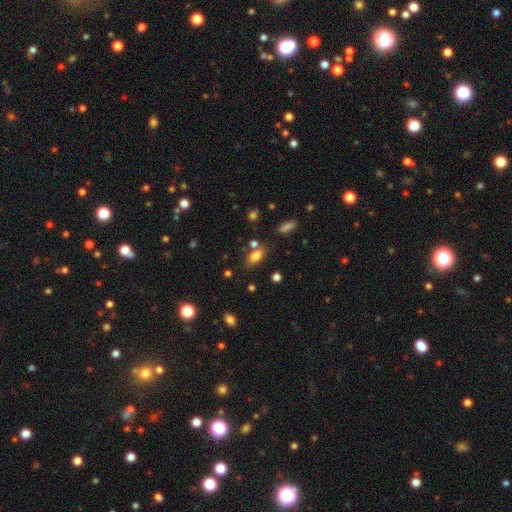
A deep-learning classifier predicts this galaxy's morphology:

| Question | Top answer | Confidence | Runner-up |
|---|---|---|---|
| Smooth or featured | smooth | 80% | star or artifact (11%) |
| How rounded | in between | 86% | round (8%) |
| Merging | none | 69% | minor disturbance (15%) |